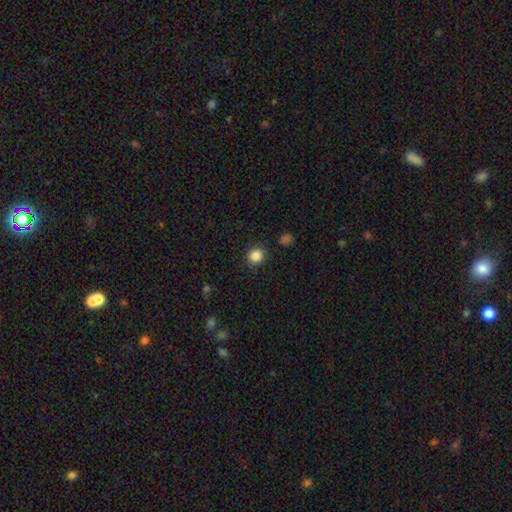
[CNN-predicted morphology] A smooth galaxy with no disk features (85%) that is round (90%).

Vote fractions:
- Smooth or featured? smooth: 85% / star or artifact: 11% / featured or disk: 4%
- How rounded? round: 90% / in between: 9% / cigar-shaped: 1%
- Merging? none: 90% / minor disturbance: 7% / major disturbance: 2% / merger: 1%